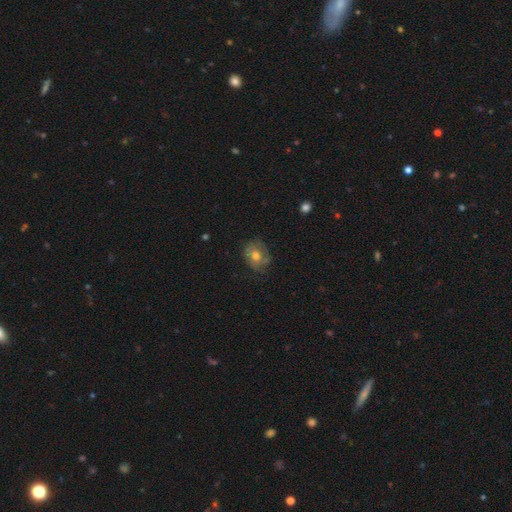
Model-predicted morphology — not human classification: Q: Smooth or featured?
A: smooth (45%); tied with: featured or disk (45%)
Q: Merging?
A: none (70%); runner-up: minor disturbance (21%)